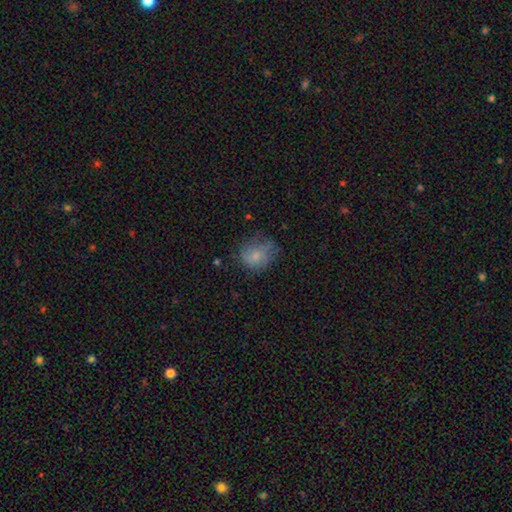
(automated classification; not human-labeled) smooth_or_featured: smooth (p=0.67) [alt: featured or disk p=0.22]
how_rounded: round (p=0.57) [alt: in between p=0.42]
merging: none (p=0.51) [alt: minor disturbance p=0.30]